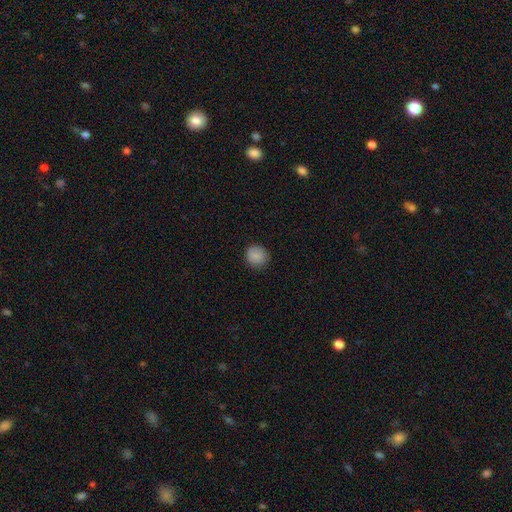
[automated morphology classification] Smooth or featured? Predicted: smooth (p=0.88). How rounded? Predicted: round (p=0.89). Merging? Predicted: none (p=0.88).